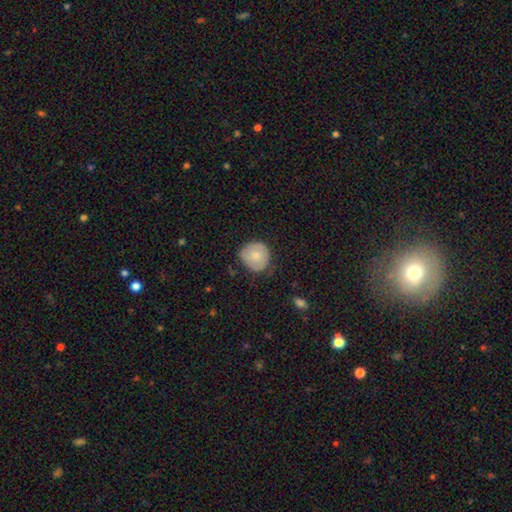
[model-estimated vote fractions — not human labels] Smooth or featured? Predicted: smooth (p=0.73). How rounded? Predicted: round (p=0.87). Merging? Predicted: none (p=0.66).